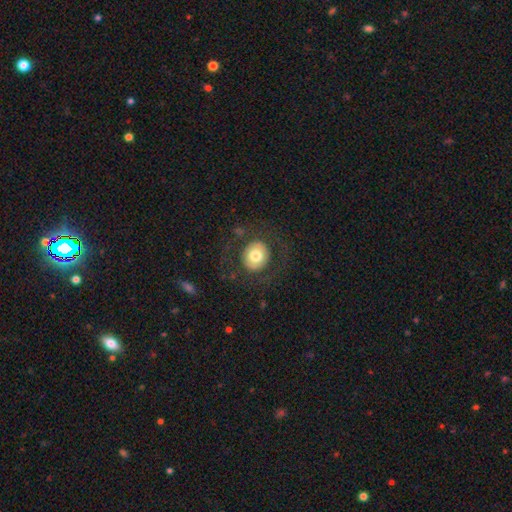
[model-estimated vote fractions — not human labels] Q: Smooth or featured?
A: smooth (68%); runner-up: featured or disk (24%)
Q: How rounded?
A: round (85%); runner-up: in between (14%)
Q: Merging?
A: none (79%); runner-up: major disturbance (10%)